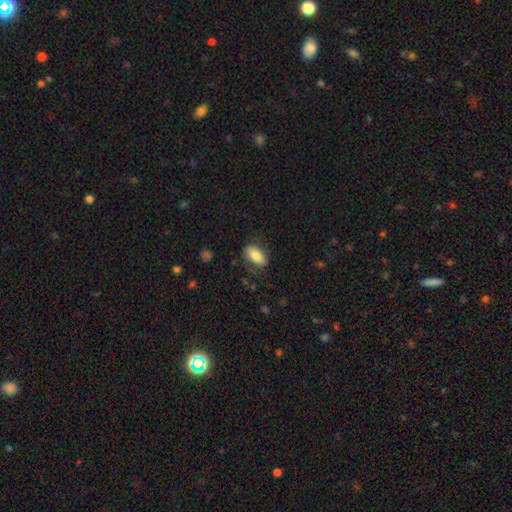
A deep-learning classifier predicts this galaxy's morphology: Smooth or featured?
  - smooth: 73% *
  - featured or disk: 20%
  - star or artifact: 7%
How rounded?
  - in between: 85% *
  - cigar-shaped: 10%
  - round: 5%
Merging?
  - none: 75% *
  - minor disturbance: 17%
  - major disturbance: 6%
  - merger: 1%